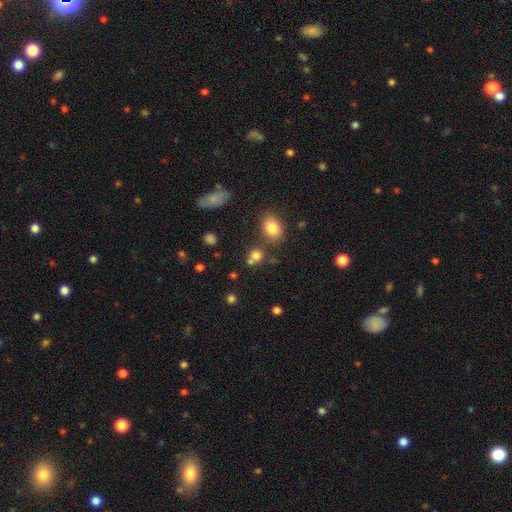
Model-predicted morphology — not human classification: Smooth or featured? smooth (78%)
How rounded? round (73%)
Merging? none (58%)